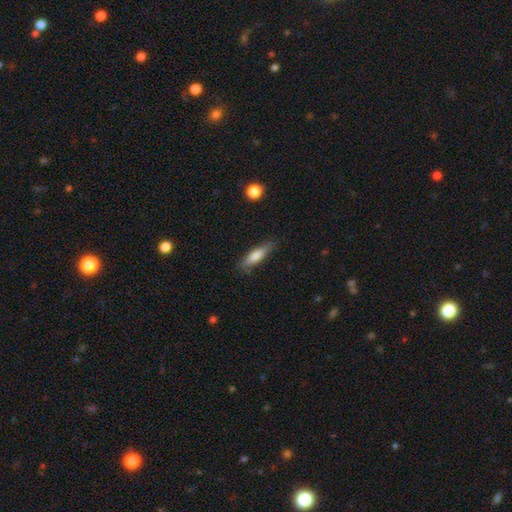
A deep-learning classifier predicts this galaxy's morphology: smooth 72%, featured or disk 21%, star or artifact 6%. Down the decision tree: how rounded — cigar-shaped (72%); merging — none (80%).